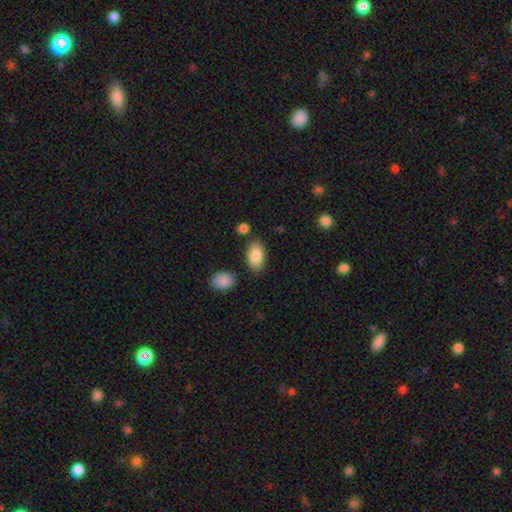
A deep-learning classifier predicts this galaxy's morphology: Smooth or featured?
  - smooth: 86% *
  - featured or disk: 7%
  - star or artifact: 7%
How rounded?
  - in between: 93% *
  - round: 5%
  - cigar-shaped: 2%
Merging?
  - none: 80% *
  - minor disturbance: 12%
  - merger: 5%
  - major disturbance: 3%